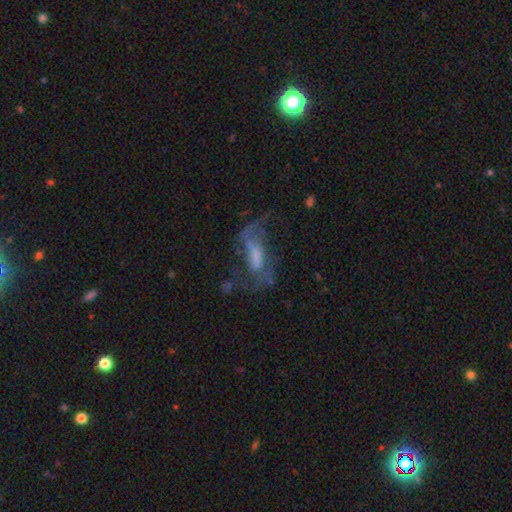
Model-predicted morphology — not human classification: Overall: featured or disk (64%). Edge-on disk: no (89%). Bar: weak (40%; no 37%). Spiral arms: yes (70%; no 30%). Bulge size: none (33%; moderate 29%). Merging: none (43%; major disturbance 34%).